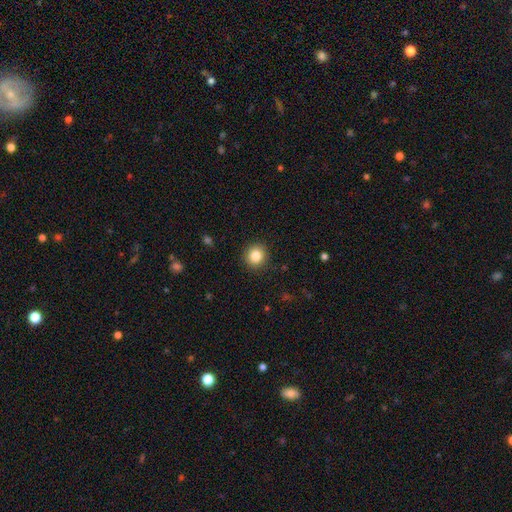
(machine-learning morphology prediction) smooth-or-featured: smooth: 85% | star or artifact: 10% | featured or disk: 5%
  how-rounded: round: 88% | in between: 11% | cigar-shaped: 1%
  merging: none: 90% | minor disturbance: 7% | major disturbance: 2% | merger: 1%